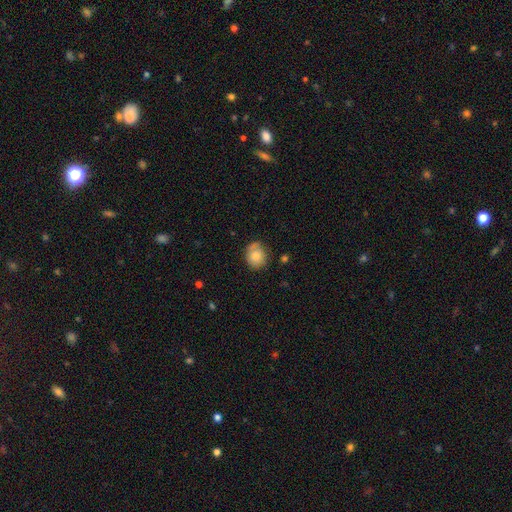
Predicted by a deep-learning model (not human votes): A smooth galaxy with no disk features (78%) that is round (74%).

Vote fractions:
- Smooth or featured? smooth: 78% / featured or disk: 14% / star or artifact: 8%
- How rounded? round: 74% / in between: 25% / cigar-shaped: 1%
- Merging? none: 66% / minor disturbance: 24% / major disturbance: 6% / merger: 4%